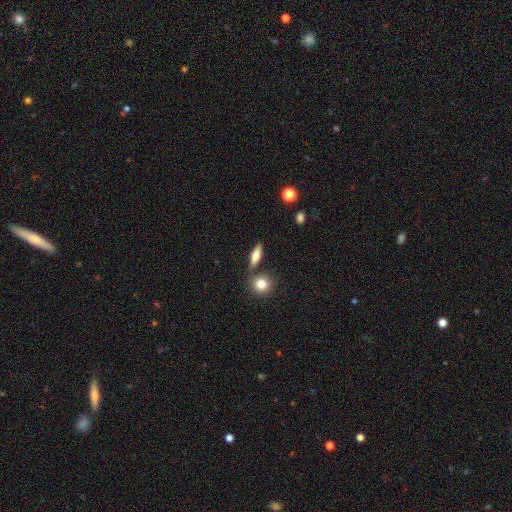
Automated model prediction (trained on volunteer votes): A smooth galaxy with no disk features (62%) that is in between round and cigar-shaped (53%).

Vote fractions:
- Smooth or featured? smooth: 62% / featured or disk: 31% / star or artifact: 8%
- How rounded? in between: 53% / cigar-shaped: 37% / round: 10%
- Merging? none: 77% / minor disturbance: 10% / merger: 10% / major disturbance: 3%